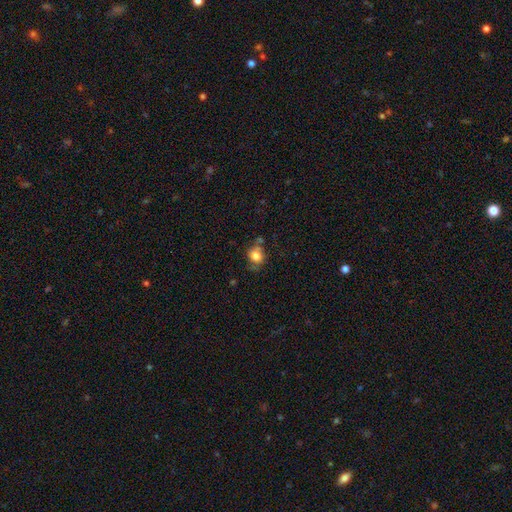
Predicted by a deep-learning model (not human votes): smooth_or_featured: smooth (p=0.77) [alt: featured or disk p=0.13]
how_rounded: round (p=0.69) [alt: in between p=0.30]
merging: none (p=0.57) [alt: minor disturbance p=0.22]